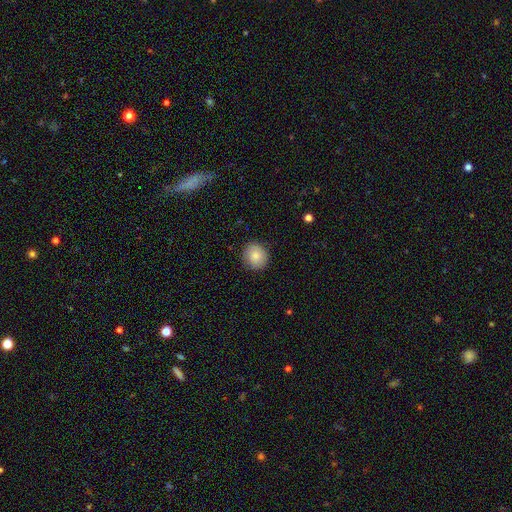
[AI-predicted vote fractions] smooth-or-featured: smooth: 84% | star or artifact: 8% | featured or disk: 8%
  how-rounded: round: 81% | in between: 18% | cigar-shaped: 1%
  merging: none: 88% | minor disturbance: 9% | major disturbance: 2% | merger: 1%